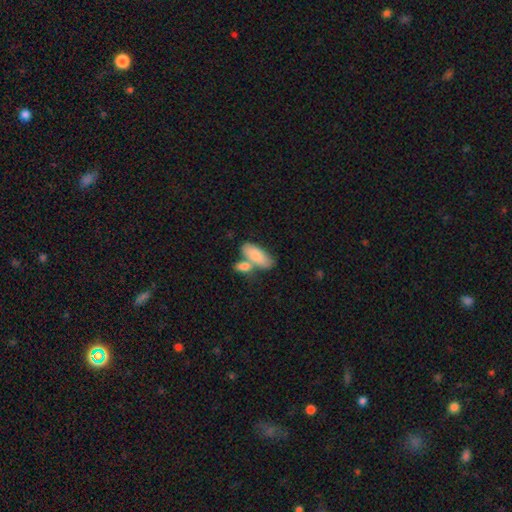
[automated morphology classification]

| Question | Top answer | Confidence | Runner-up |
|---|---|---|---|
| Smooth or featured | smooth | 82% | featured or disk (13%) |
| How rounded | in between | 83% | cigar-shaped (14%) |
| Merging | none | 44% | merger (40%) |